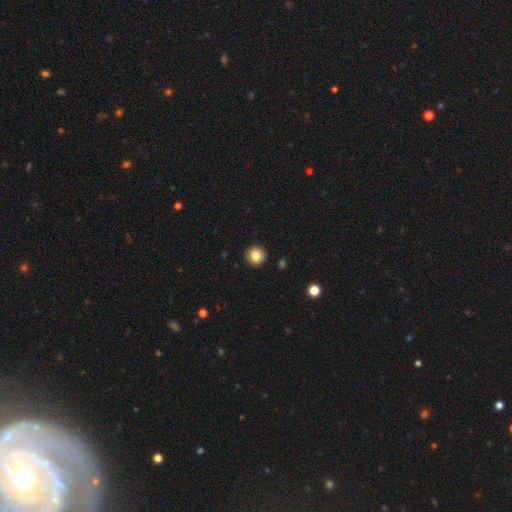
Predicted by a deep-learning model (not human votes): smooth-or-featured: smooth: 85% | star or artifact: 10% | featured or disk: 6%
  how-rounded: round: 94% | in between: 5% | cigar-shaped: 1%
  merging: none: 93% | minor disturbance: 5% | major disturbance: 1% | merger: 1%